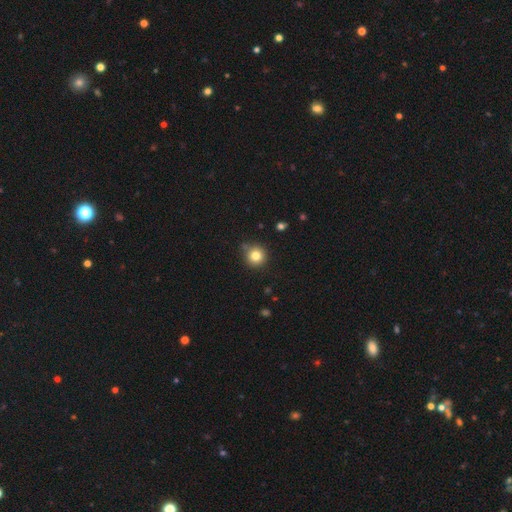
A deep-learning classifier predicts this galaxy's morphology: type=smooth (81%); roundness=round (94%); merging=none (84%).